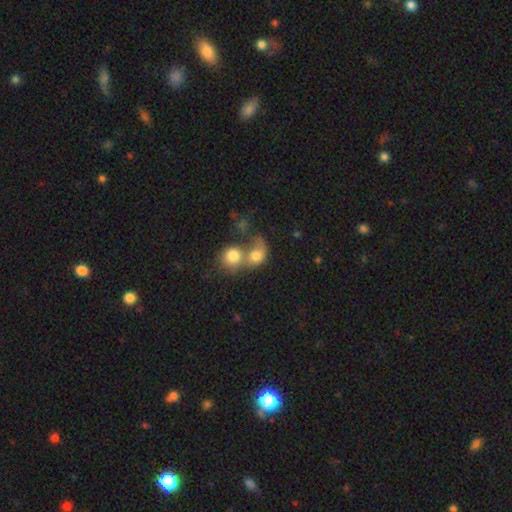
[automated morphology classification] A smooth galaxy with no disk features (74%) that is round (60%).

Vote fractions:
- Smooth or featured? smooth: 74% / featured or disk: 17% / star or artifact: 9%
- How rounded? round: 60% / in between: 38% / cigar-shaped: 1%
- Merging? merger: 72% / none: 14% / major disturbance: 8% / minor disturbance: 6%